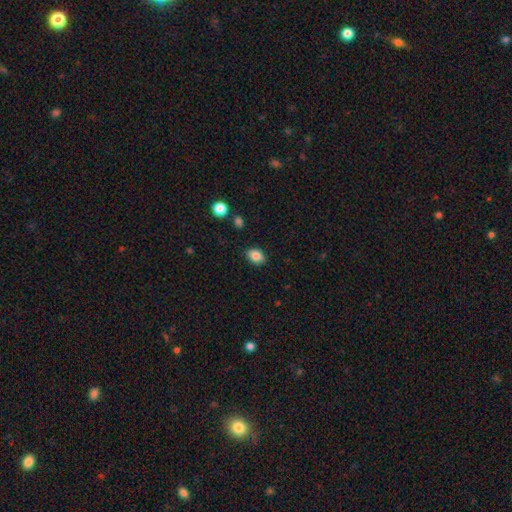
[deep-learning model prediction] smooth-or-featured: smooth: 85% | star or artifact: 9% | featured or disk: 6%
  how-rounded: in between: 78% | round: 21% | cigar-shaped: 1%
  merging: none: 86% | minor disturbance: 10% | major disturbance: 2% | merger: 1%